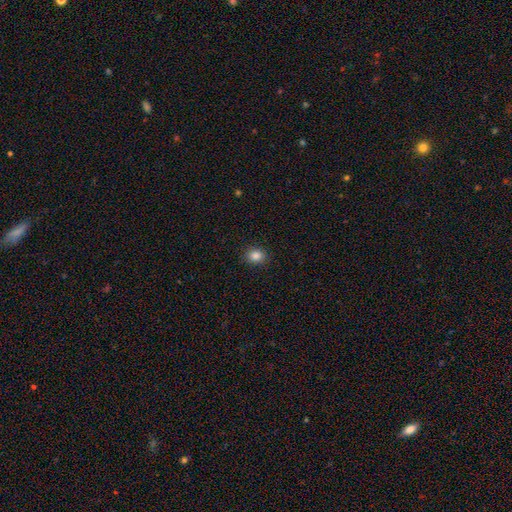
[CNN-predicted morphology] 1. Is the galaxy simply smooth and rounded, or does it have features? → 85% smooth, 11% star or artifact, 5% featured or disk.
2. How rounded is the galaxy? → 62% round, 37% in between, 1% cigar-shaped.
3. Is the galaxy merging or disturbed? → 90% none, 7% minor disturbance, 2% major disturbance, 1% merger.